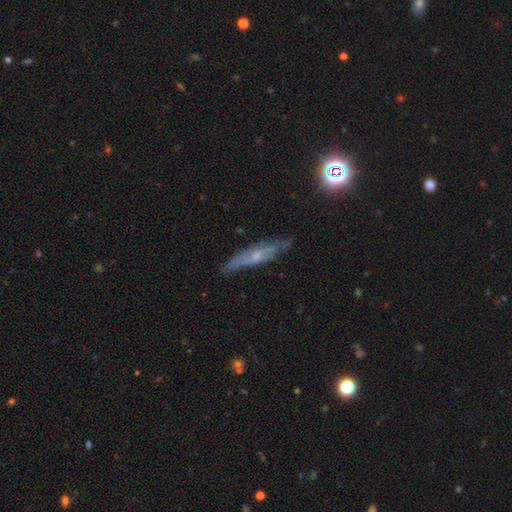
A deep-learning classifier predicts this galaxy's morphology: A featured or disk galaxy (60%) viewed edge-on (67%).

Vote fractions:
- Smooth or featured? featured or disk: 60% / smooth: 30% / star or artifact: 10%
- Edge-on disk? yes: 67% / no: 33%
- Merging? none: 73% / minor disturbance: 20% / major disturbance: 5% / merger: 2%